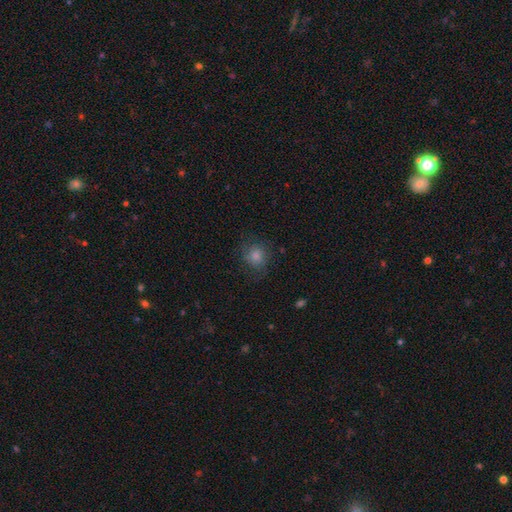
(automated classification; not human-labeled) Smooth or featured: smooth — 63% (star or artifact — 19%)
How rounded: round — 85% (in between — 14%)
Merging: none — 75% (minor disturbance — 15%)